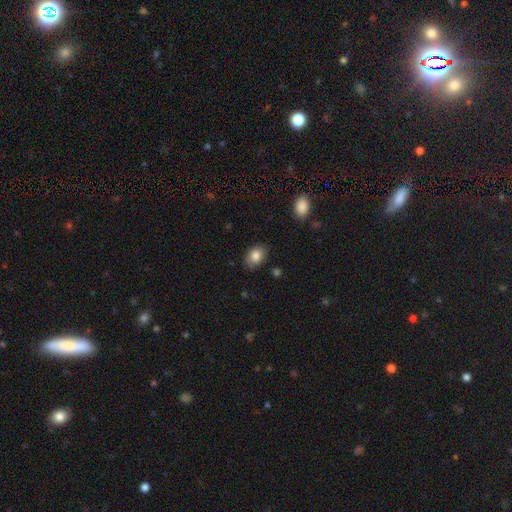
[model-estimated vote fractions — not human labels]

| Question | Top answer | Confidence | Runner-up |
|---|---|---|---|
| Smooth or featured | smooth | 84% | star or artifact (8%) |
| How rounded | in between | 76% | round (23%) |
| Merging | none | 81% | minor disturbance (15%) |